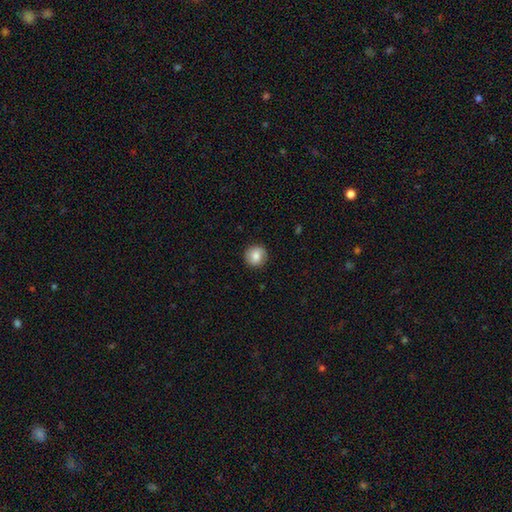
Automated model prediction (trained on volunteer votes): This is clearly a smooth galaxy (81%). How rounded: clearly round (91%). Merging: clearly none (88%).